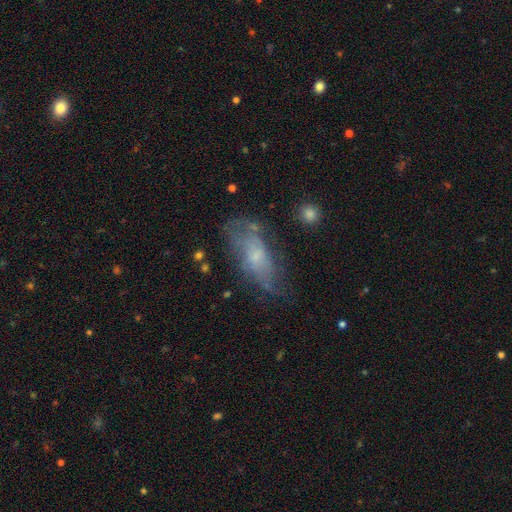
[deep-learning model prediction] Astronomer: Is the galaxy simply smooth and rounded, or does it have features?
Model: featured or disk — 50% (runner-up: smooth, 40%).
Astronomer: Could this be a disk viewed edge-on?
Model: no — 85%.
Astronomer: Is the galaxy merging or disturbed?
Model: none — 53%.